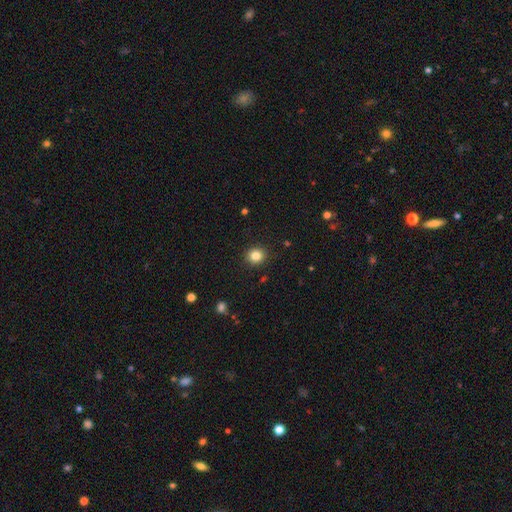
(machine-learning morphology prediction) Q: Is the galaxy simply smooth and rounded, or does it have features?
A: smooth — 83%.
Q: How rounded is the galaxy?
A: round — 86%.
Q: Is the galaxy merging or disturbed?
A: none — 91%.